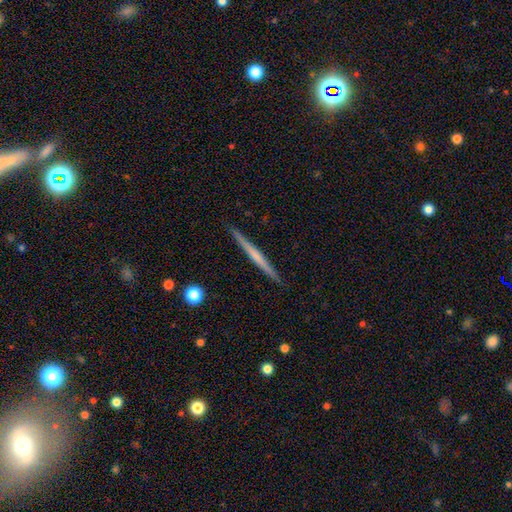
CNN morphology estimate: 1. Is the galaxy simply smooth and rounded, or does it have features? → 56% featured or disk, 38% smooth, 5% star or artifact.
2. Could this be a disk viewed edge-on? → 98% yes, 2% no.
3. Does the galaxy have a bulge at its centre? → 77% none, 16% rounded, 8% boxy.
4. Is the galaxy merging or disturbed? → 92% none, 6% minor disturbance, 1% major disturbance, 1% merger.